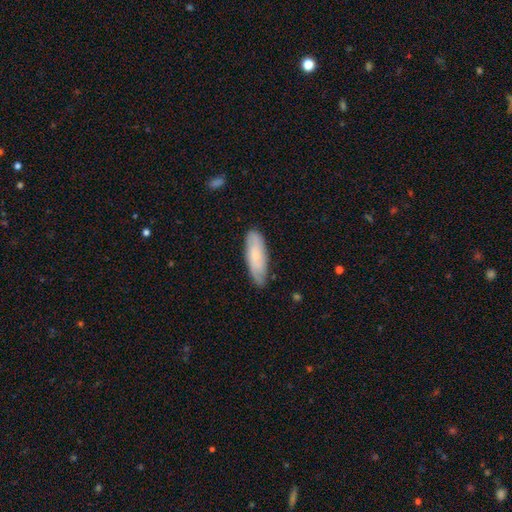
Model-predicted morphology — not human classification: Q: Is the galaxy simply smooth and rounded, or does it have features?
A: smooth — 63%.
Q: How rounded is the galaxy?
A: in between — 56%.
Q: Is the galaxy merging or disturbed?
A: none — 75%.